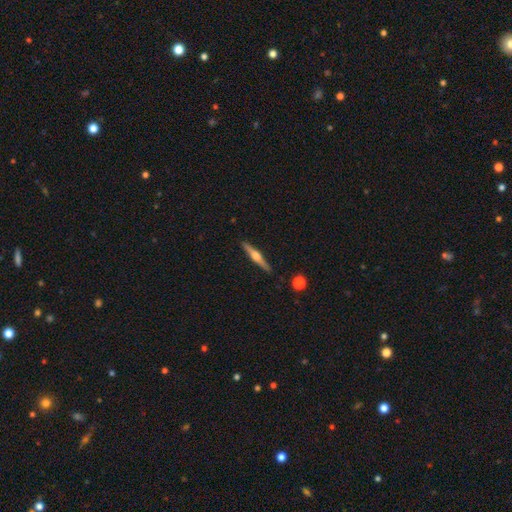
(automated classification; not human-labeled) Overall: featured or disk (69%). Edge-on disk: yes (98%). Edge-on bulge: rounded (91%). Merging: none (90%).